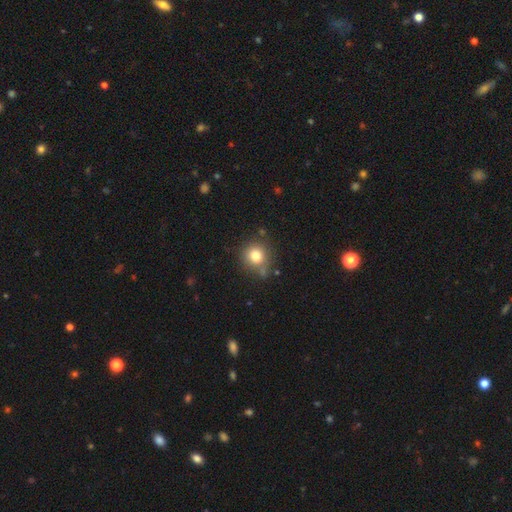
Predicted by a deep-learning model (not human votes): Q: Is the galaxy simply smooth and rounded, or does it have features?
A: smooth — 79%.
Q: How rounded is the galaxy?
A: round — 90%.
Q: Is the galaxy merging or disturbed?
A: none — 74%.